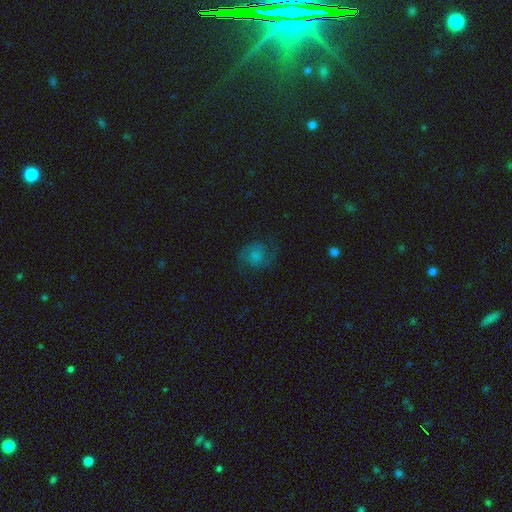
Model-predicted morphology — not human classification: This appears to be a featured or disk galaxy (58%) with no bar (68%), 2 (87%) medium (50%) spiral arms (91%) and a moderate central bulge (30%). Merging: none (69%).